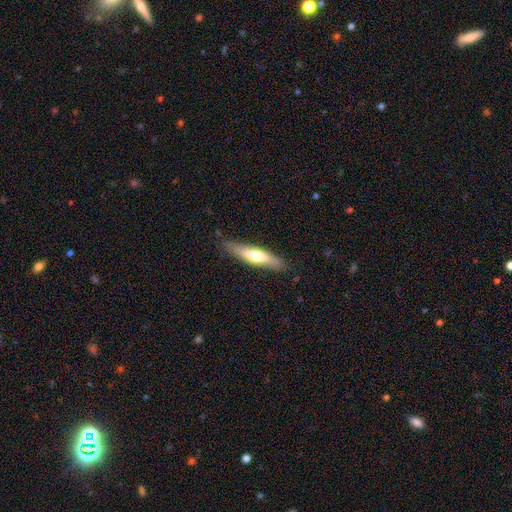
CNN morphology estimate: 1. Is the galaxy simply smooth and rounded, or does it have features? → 52% smooth, 42% featured or disk, 5% star or artifact.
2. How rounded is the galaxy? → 77% cigar-shaped, 22% in between, 2% round.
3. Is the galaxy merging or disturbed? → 82% none, 14% minor disturbance, 3% major disturbance, 1% merger.